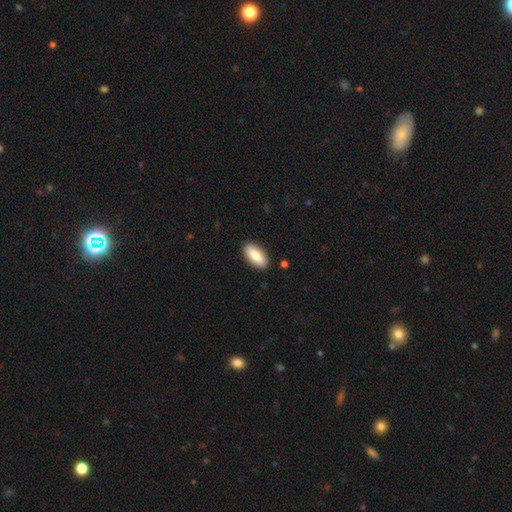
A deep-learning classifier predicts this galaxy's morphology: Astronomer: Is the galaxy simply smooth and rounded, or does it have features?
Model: smooth — 82%.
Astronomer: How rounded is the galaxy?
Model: in between — 88%.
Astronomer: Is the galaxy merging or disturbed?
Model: none — 89%.